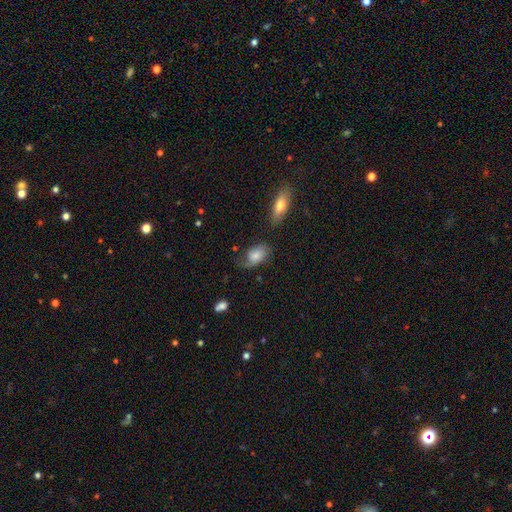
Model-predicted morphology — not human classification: Smooth or featured? Predicted: smooth (p=0.69). How rounded? Predicted: in between (p=0.87). Merging? Predicted: none (p=0.45).